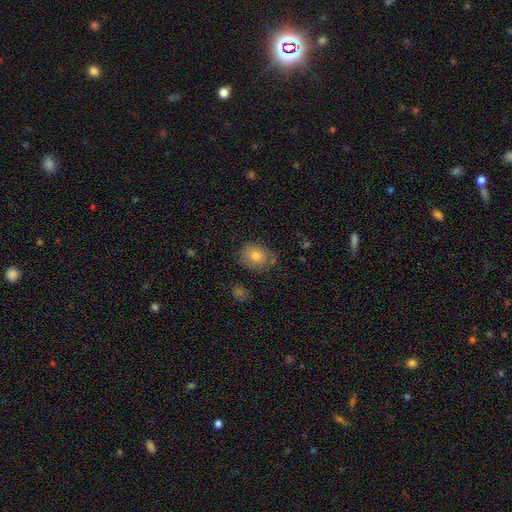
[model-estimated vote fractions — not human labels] Smooth or featured? smooth (77%)
How rounded? round (58%)
Merging? none (73%)